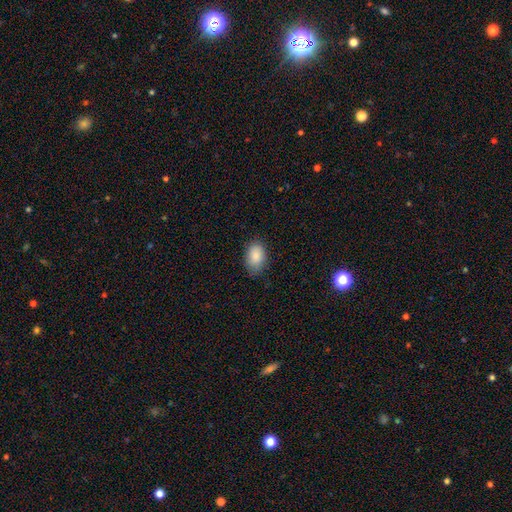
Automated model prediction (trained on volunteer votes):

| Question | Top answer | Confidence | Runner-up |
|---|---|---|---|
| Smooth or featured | smooth | 86% | star or artifact (7%) |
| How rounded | in between | 88% | round (11%) |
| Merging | none | 76% | minor disturbance (19%) |